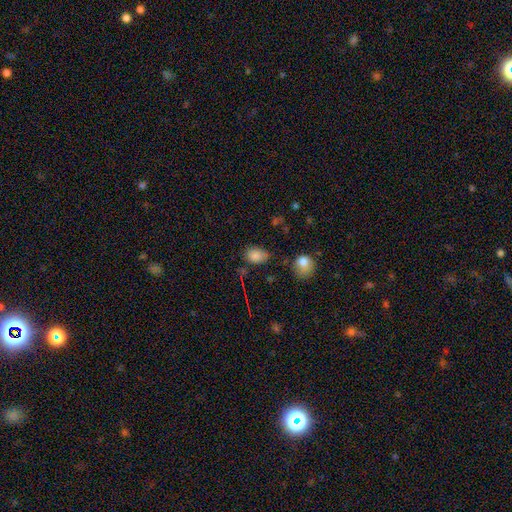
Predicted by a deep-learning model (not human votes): This appears to be a smooth galaxy with no disk features (83%) that is in between round and cigar-shaped (78%). Merging: none (67%).